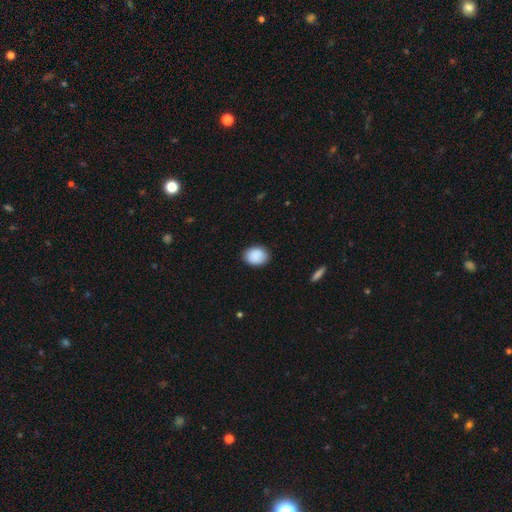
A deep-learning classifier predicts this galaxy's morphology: Q: Smooth or featured?
A: smooth (90%); runner-up: star or artifact (7%)
Q: How rounded?
A: in between (56%); runner-up: round (43%)
Q: Merging?
A: none (87%); runner-up: minor disturbance (10%)